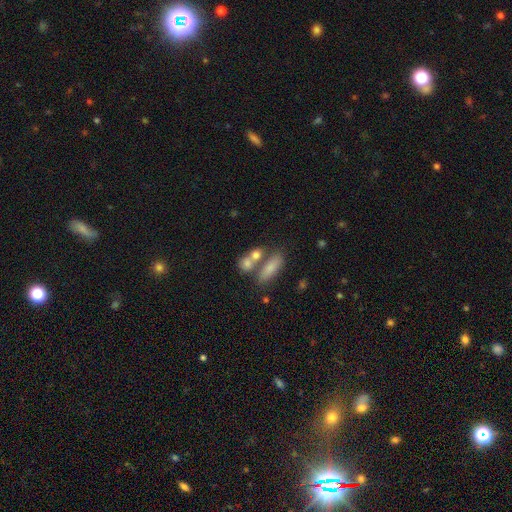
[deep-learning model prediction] Overall: smooth (74%). How rounded: in between (59%; round 25%). Merging: merger (42%; none 41%).